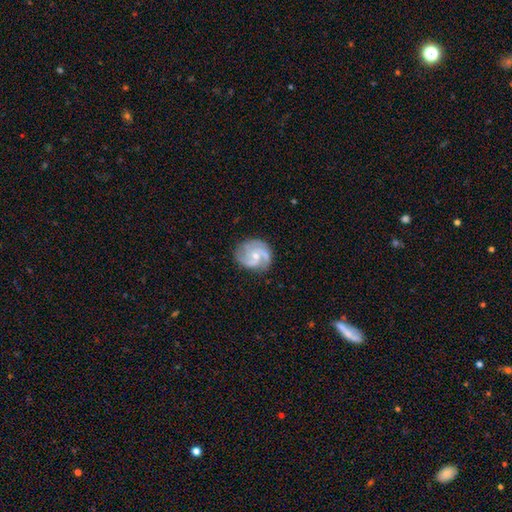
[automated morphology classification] Smooth or featured?
  - featured or disk: 83% *
  - smooth: 12%
  - star or artifact: 5%
Edge-on disk?
  - no: 98% *
  - yes: 2%
Bar?
  - no: 62% *
  - weak: 32%
  - strong: 5%
Spiral arms?
  - yes: 97% *
  - no: 3%
Spiral winding?
  - medium: 50% *
  - tight: 34%
  - loose: 16%
Spiral arm count?
  - 3: 43% *
  - 2: 35%
  - can't tell: 9%
  - 4: 5%
  - 1: 4%
  - more than 4: 3%
Bulge size?
  - small: 56% *
  - moderate: 40%
  - none: 2%
  - large: 1%
  - dominant: 1%
Merging?
  - none: 75% *
  - minor disturbance: 18%
  - major disturbance: 6%
  - merger: 1%